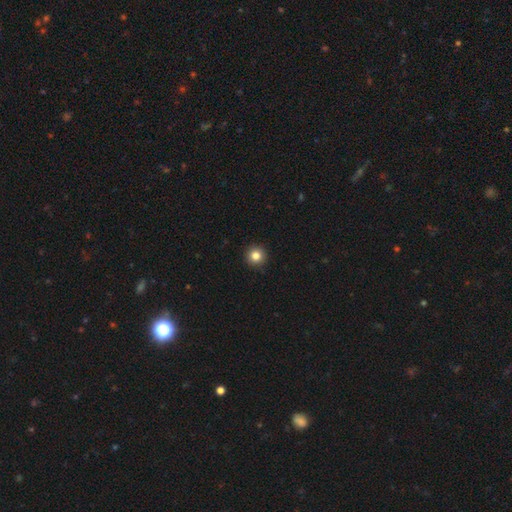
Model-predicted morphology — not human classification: The model was most divided on "smooth or featured": smooth: 83%, star or artifact: 11%, featured or disk: 6%. More confident: how rounded — round (96%); merging — none (94%).